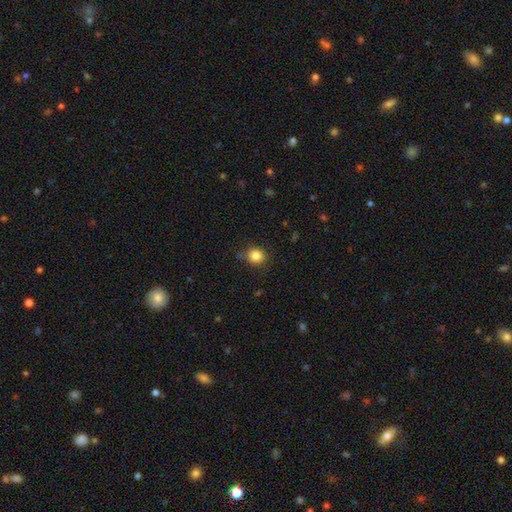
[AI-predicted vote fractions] Smooth or featured: smooth — 84% (star or artifact — 11%)
How rounded: round — 85% (in between — 14%)
Merging: none — 83% (minor disturbance — 11%)